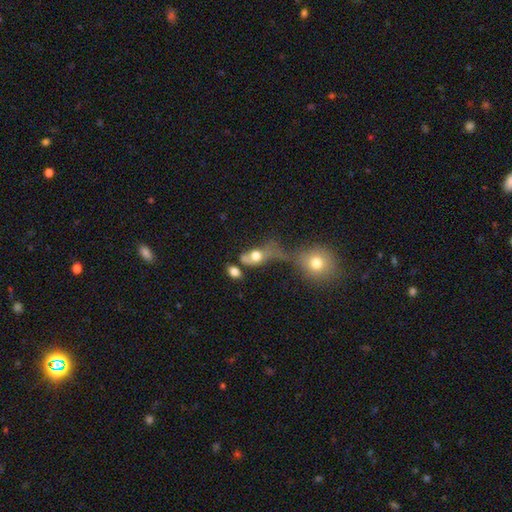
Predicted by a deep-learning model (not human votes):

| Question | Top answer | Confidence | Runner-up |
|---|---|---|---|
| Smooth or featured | smooth | 67% | featured or disk (21%) |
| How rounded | in between | 68% | round (27%) |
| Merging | merger | 43% | major disturbance (24%) |